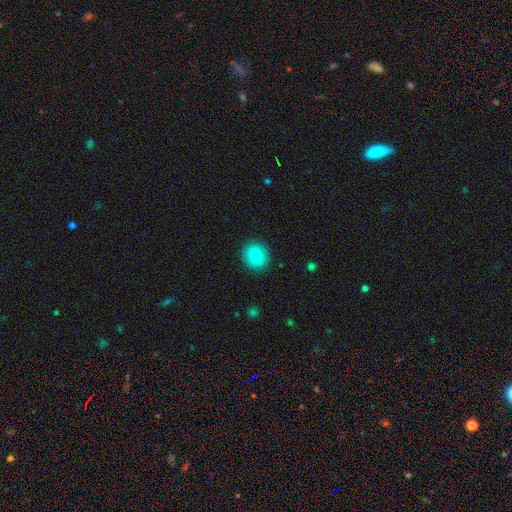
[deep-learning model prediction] smooth-or-featured: smooth: 79% | featured or disk: 12% | star or artifact: 9%
  how-rounded: round: 85% | in between: 14% | cigar-shaped: 1%
  merging: none: 90% | minor disturbance: 7% | major disturbance: 2% | merger: 1%